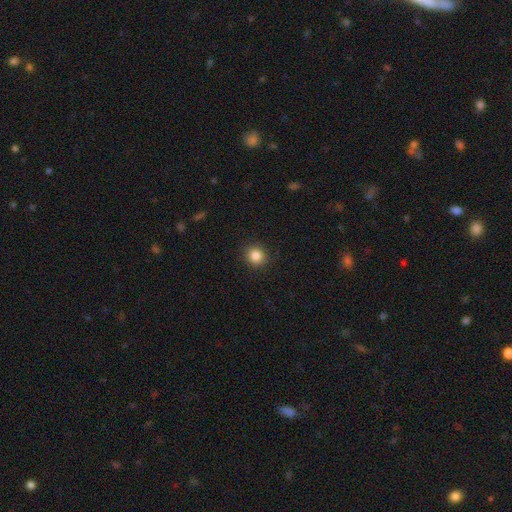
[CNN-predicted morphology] smooth_or_featured: smooth (p=0.85) [alt: star or artifact p=0.11]
how_rounded: round (p=0.88) [alt: in between p=0.11]
merging: none (p=0.91) [alt: minor disturbance p=0.06]